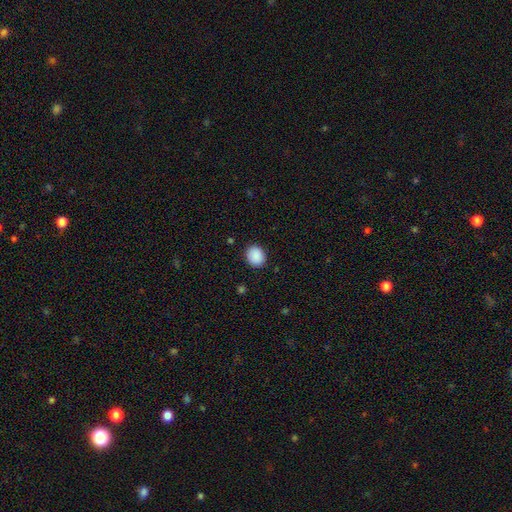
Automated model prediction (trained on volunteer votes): smooth_or_featured: smooth (p=0.90) [alt: star or artifact p=0.08]
how_rounded: round (p=0.62) [alt: in between p=0.37]
merging: none (p=0.88) [alt: minor disturbance p=0.08]